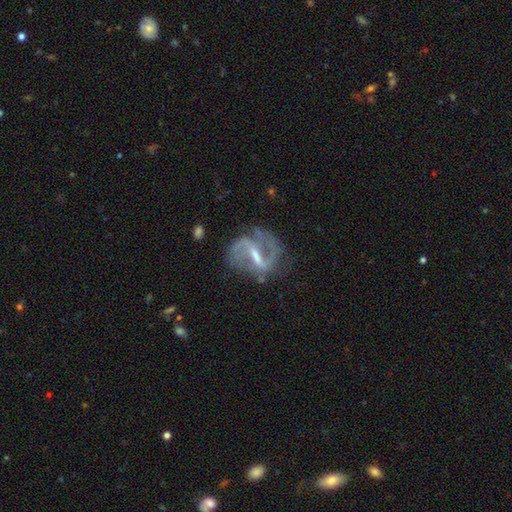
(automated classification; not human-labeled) Smooth or featured? featured or disk (87%)
Edge-on disk? no (97%)
Bar? strong (52%)
Spiral arms? yes (94%)
Spiral winding? medium (49%)
Spiral arm count? 2 (85%)
Bulge size? small (42%)
Merging? none (65%)